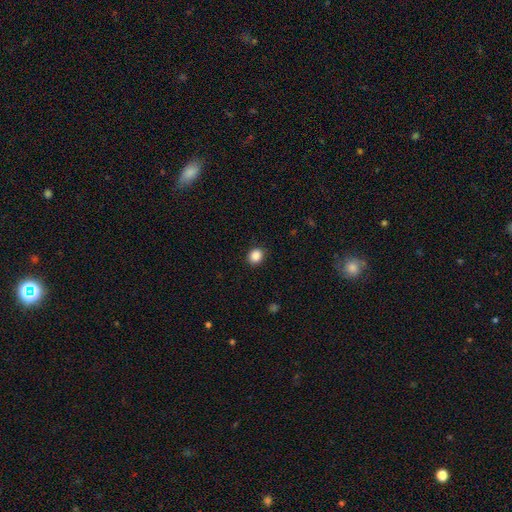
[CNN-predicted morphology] Overall: smooth (87%). How rounded: round (72%). Merging: none (90%).